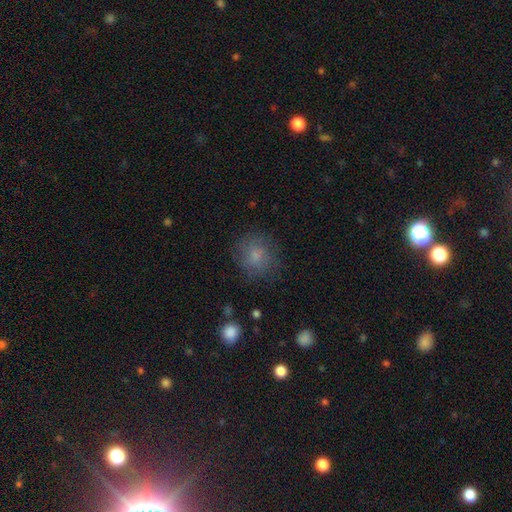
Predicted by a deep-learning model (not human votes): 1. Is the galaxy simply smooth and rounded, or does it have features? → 71% smooth, 17% featured or disk, 12% star or artifact.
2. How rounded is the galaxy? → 81% round, 18% in between, 1% cigar-shaped.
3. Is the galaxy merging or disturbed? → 74% none, 16% minor disturbance, 8% major disturbance, 2% merger.